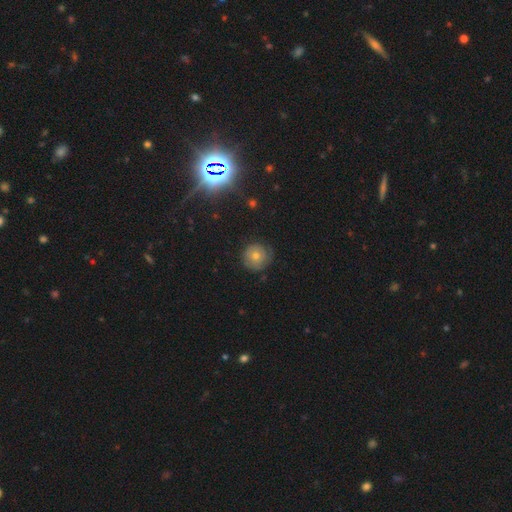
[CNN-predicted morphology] Smooth or featured: smooth — 60% (featured or disk — 28%)
How rounded: round — 94% (in between — 5%)
Merging: none — 78% (minor disturbance — 16%)